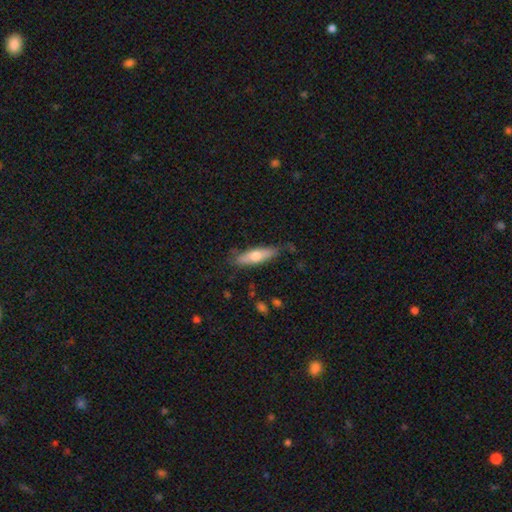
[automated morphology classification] The model was most divided on "how rounded": cigar-shaped: 63%, in between: 35%, round: 2%. More confident: merging — none (78%); smooth or featured — smooth (61%).